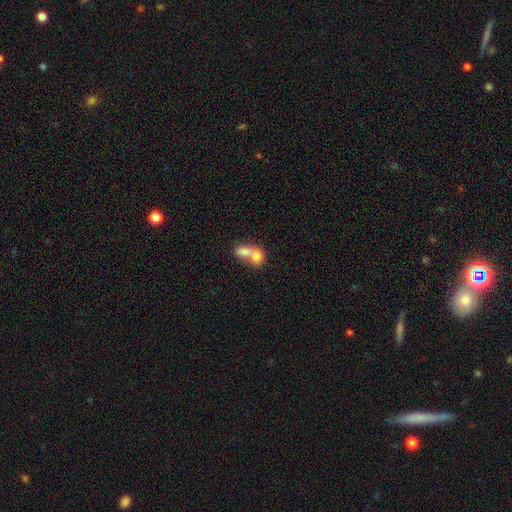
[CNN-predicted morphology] type=smooth (74%); roundness=in between (56%); merging=merger (78%).